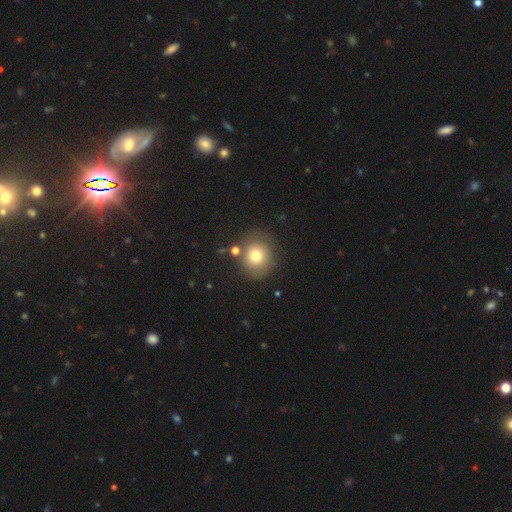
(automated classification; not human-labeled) This appears to be a smooth galaxy with no disk features (74%) that is round (80%). Merging: none (73%).